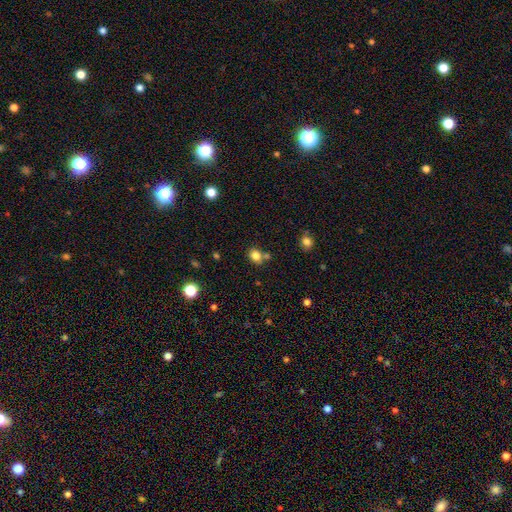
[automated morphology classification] Smooth or featured? smooth (81%)
How rounded? round (61%)
Merging? none (66%)